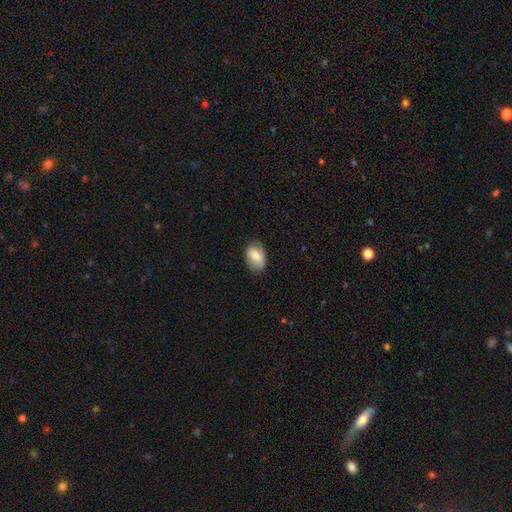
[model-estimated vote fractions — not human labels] smooth-or-featured: smooth: 64% | featured or disk: 29% | star or artifact: 7%
  how-rounded: in between: 86% | round: 12% | cigar-shaped: 2%
  merging: none: 71% | minor disturbance: 23% | major disturbance: 6% | merger: 1%